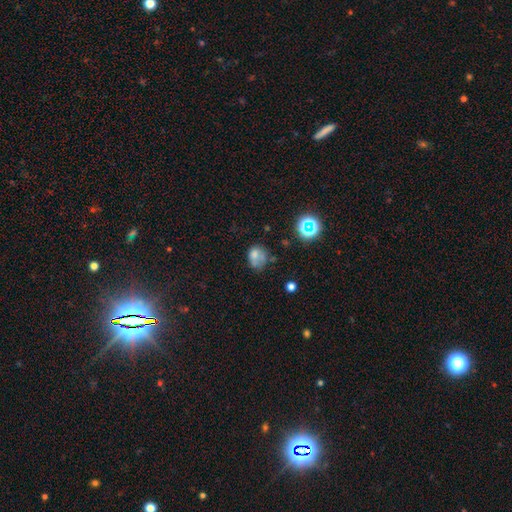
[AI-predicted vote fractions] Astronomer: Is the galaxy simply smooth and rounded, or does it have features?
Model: smooth — 64%.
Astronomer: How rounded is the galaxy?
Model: round — 53% (runner-up: in between, 46%).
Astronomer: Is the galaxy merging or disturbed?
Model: none — 39% (runner-up: minor disturbance, 30%).